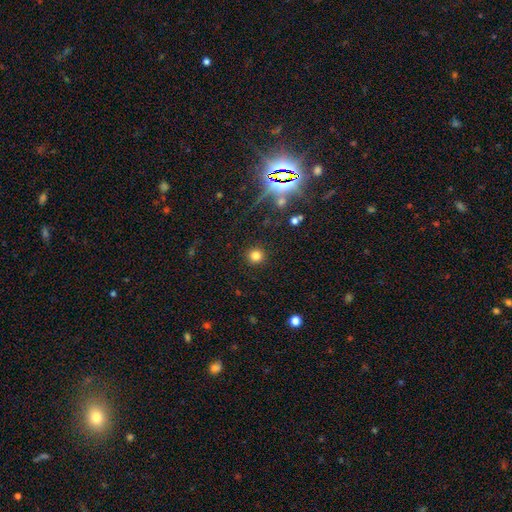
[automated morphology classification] Q: Smooth or featured?
A: smooth (78%); runner-up: star or artifact (16%)
Q: How rounded?
A: round (93%); runner-up: in between (6%)
Q: Merging?
A: none (91%); runner-up: minor disturbance (5%)